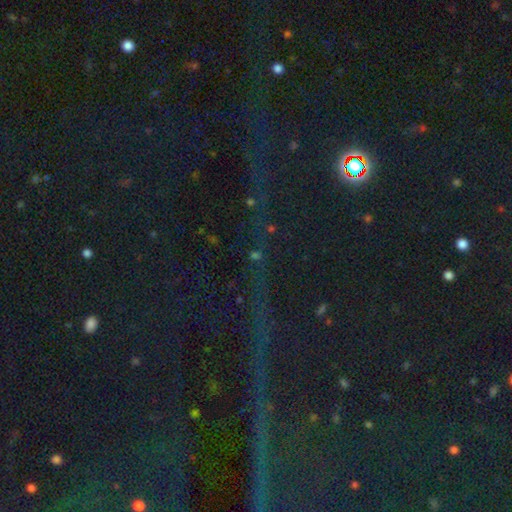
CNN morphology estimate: Smooth or featured?
  - star or artifact: 69% *
  - smooth: 19%
  - featured or disk: 12%